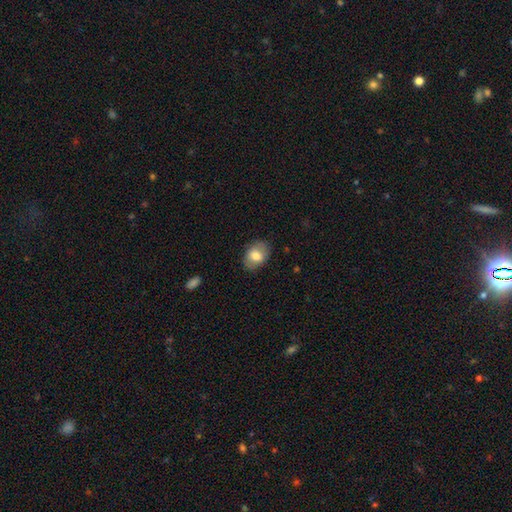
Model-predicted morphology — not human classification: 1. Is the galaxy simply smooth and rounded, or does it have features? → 76% smooth, 17% featured or disk, 7% star or artifact.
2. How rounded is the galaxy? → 80% in between, 19% round, 1% cigar-shaped.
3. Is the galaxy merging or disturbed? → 80% none, 15% minor disturbance, 4% major disturbance, 1% merger.